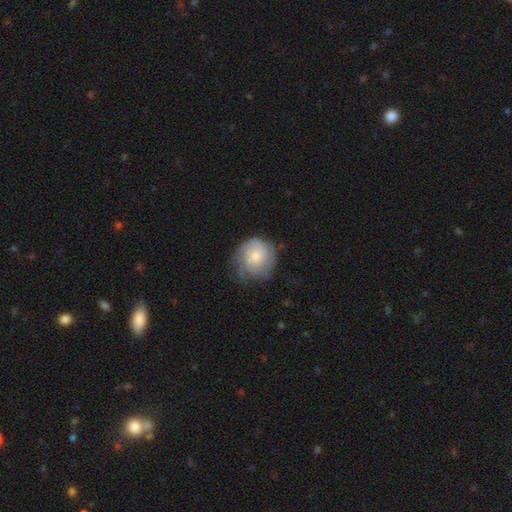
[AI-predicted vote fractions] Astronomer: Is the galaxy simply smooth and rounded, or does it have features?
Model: smooth — 48% (runner-up: featured or disk, 45%).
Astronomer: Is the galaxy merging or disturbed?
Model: none — 58%.